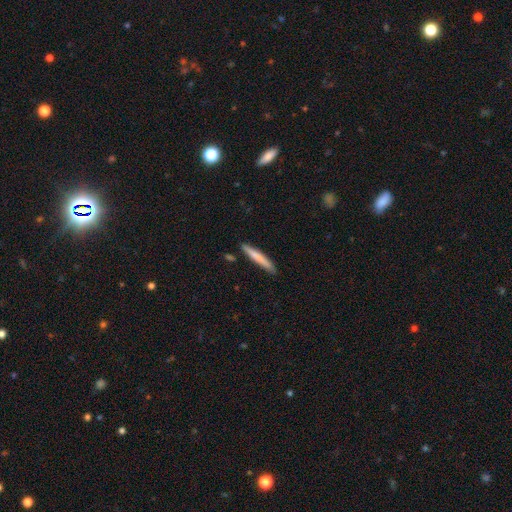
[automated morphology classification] Smooth or featured?
  - smooth: 67% *
  - featured or disk: 27%
  - star or artifact: 6%
How rounded?
  - cigar-shaped: 96% *
  - in between: 3%
  - round: 1%
Merging?
  - none: 87% *
  - minor disturbance: 9%
  - merger: 2%
  - major disturbance: 2%